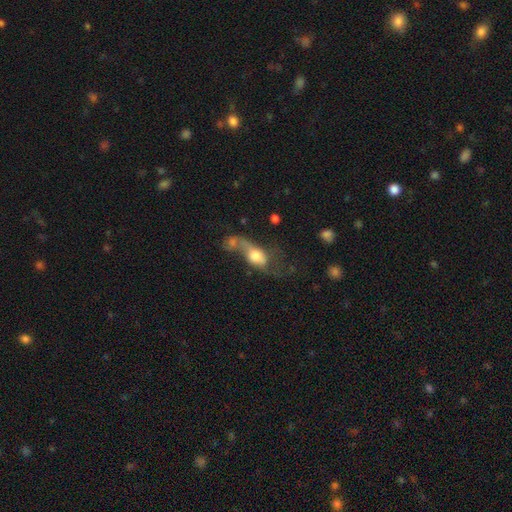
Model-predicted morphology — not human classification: Smooth or featured?
  - smooth: 54% *
  - featured or disk: 36%
  - star or artifact: 10%
How rounded?
  - in between: 69% *
  - round: 22%
  - cigar-shaped: 9%
Merging?
  - merger: 40% *
  - major disturbance: 32%
  - none: 16%
  - minor disturbance: 12%